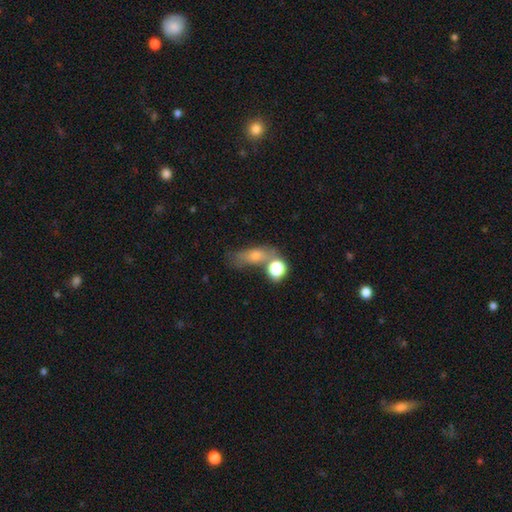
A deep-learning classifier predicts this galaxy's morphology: smooth 62%, featured or disk 23%, star or artifact 15%. Down the decision tree: how rounded — in between (54%); merging — none (41%).